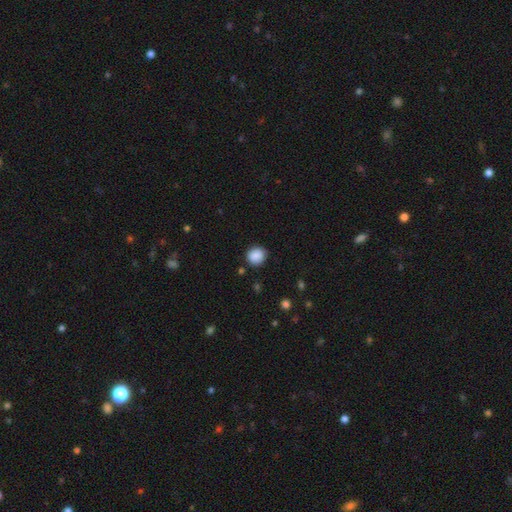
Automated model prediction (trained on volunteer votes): smooth-or-featured: smooth: 88% | star or artifact: 9% | featured or disk: 3%
  how-rounded: round: 83% | in between: 16% | cigar-shaped: 1%
  merging: none: 85% | minor disturbance: 11% | major disturbance: 3% | merger: 2%